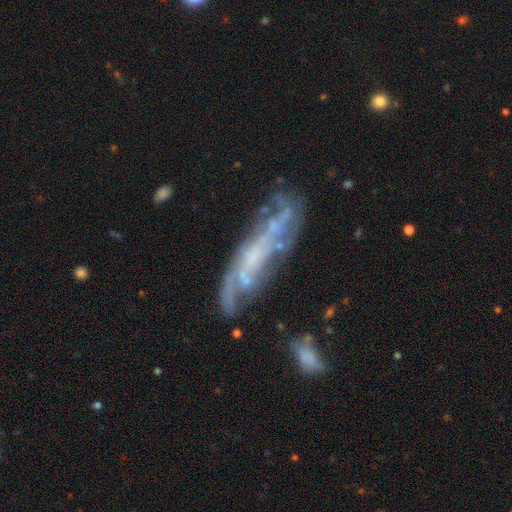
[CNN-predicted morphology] The model was most divided on "edge-on disk": no: 66%, yes: 34%. More confident: smooth or featured — featured or disk (75%); merging — none (58%).